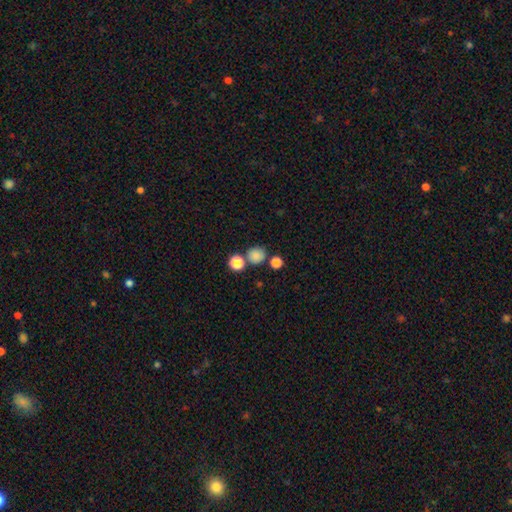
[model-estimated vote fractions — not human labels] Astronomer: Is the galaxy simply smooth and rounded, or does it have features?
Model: smooth — 82%.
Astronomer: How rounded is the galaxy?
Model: round — 87%.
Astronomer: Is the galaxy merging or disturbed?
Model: none — 70%.